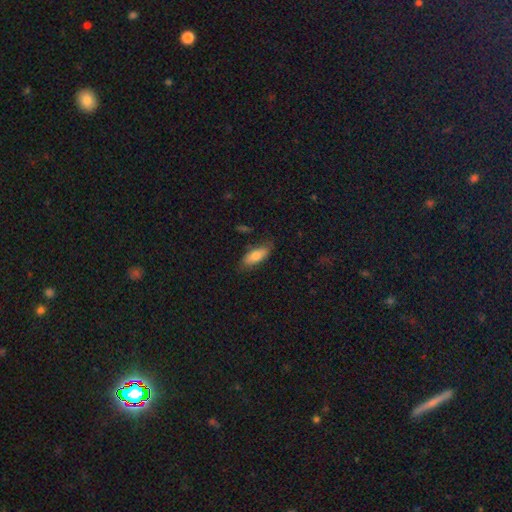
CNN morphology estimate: Smooth or featured? Predicted: smooth (p=0.76). How rounded? Predicted: in between (p=0.75). Merging? Predicted: none (p=0.77).